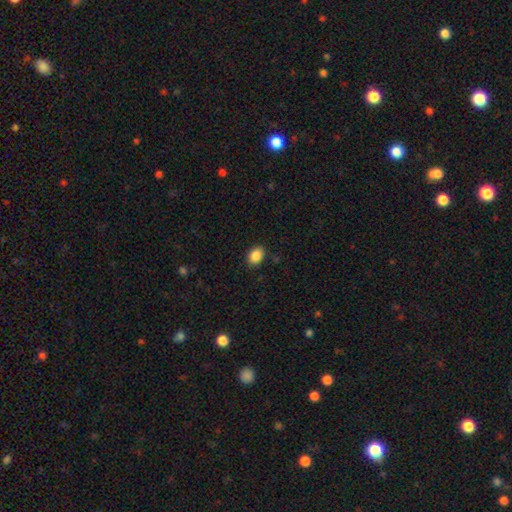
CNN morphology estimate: Smooth or featured?
  - smooth: 88% *
  - star or artifact: 8%
  - featured or disk: 4%
How rounded?
  - in between: 77% *
  - round: 22%
  - cigar-shaped: 1%
Merging?
  - none: 88% *
  - minor disturbance: 9%
  - major disturbance: 2%
  - merger: 1%